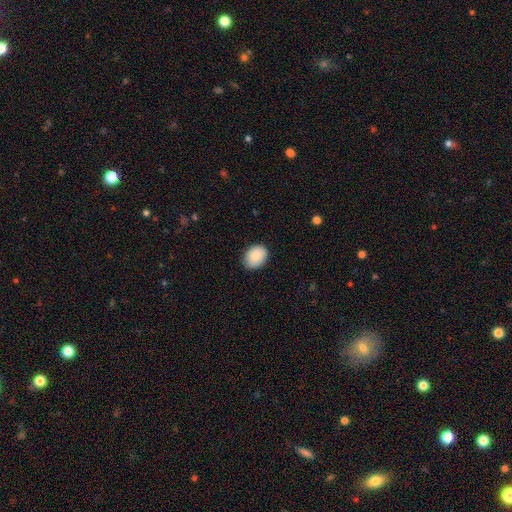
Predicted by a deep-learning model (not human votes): Smooth or featured? smooth (86%)
How rounded? in between (65%)
Merging? none (84%)